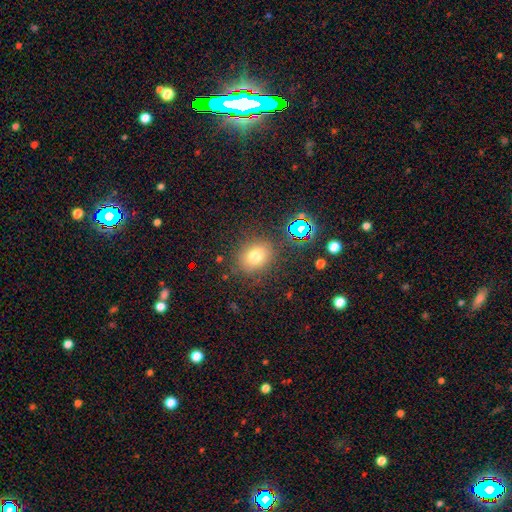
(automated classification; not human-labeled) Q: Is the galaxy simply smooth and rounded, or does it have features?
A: smooth — 72%.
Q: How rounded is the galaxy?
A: round — 60%.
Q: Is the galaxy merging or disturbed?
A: none — 81%.